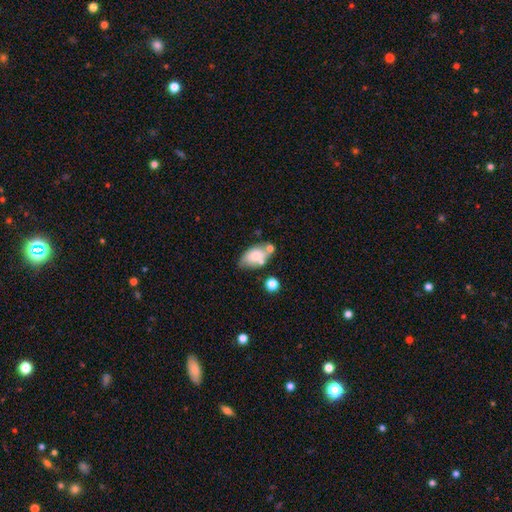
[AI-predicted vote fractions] Morphology: type=smooth (71%); roundness=in between (90%); merging=none (46%).